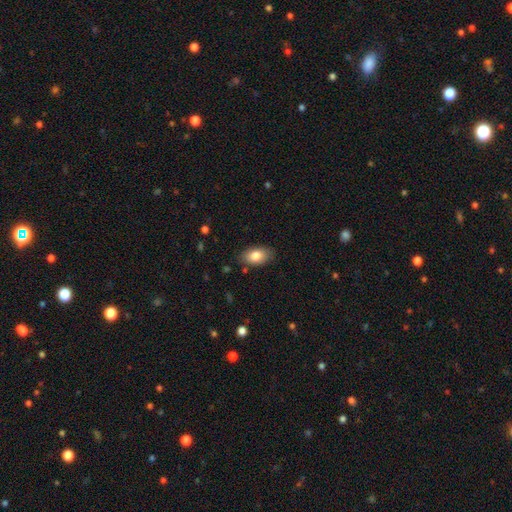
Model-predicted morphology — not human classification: smooth_or_featured: smooth (p=0.81) [alt: featured or disk p=0.12]
how_rounded: in between (p=0.91) [alt: round p=0.07]
merging: none (p=0.84) [alt: minor disturbance p=0.12]